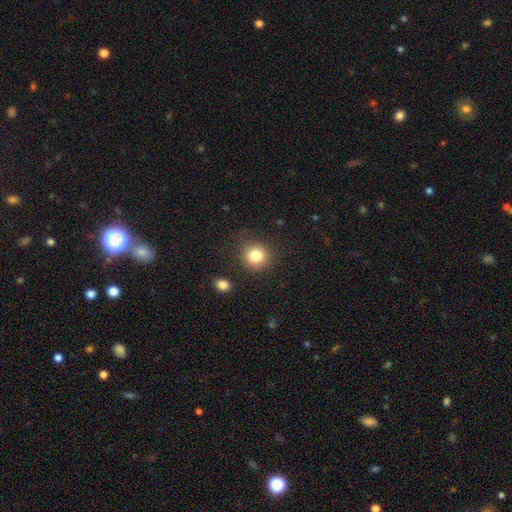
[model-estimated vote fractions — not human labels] Smooth or featured? smooth (82%)
How rounded? round (88%)
Merging? none (84%)